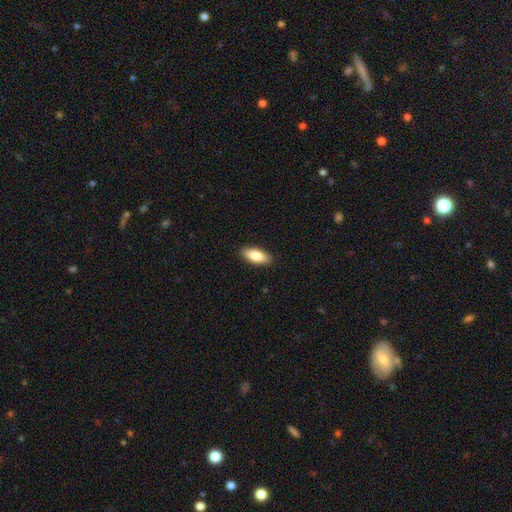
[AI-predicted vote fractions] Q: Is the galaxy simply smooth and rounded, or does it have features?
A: smooth — 82%.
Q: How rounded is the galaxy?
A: in between — 82%.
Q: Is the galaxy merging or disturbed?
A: none — 90%.